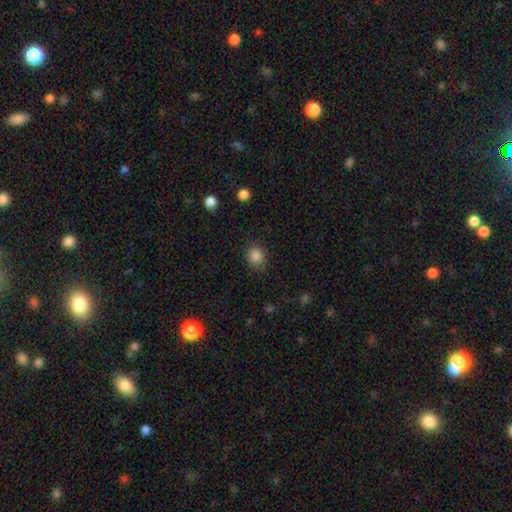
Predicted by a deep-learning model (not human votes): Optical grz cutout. It shows a smooth galaxy with no disk features (85%) that is round (80%). Merging: none (86%).